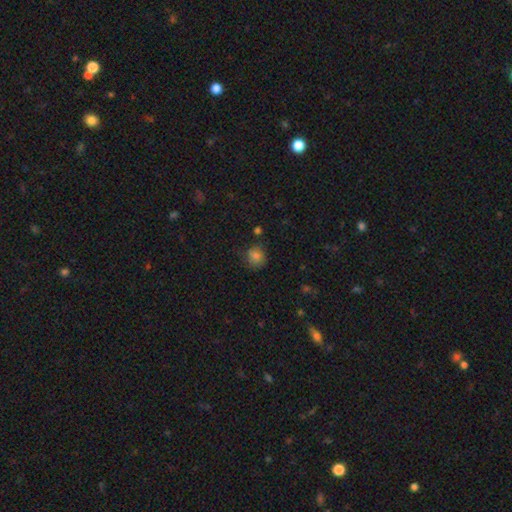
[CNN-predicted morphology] Overall: smooth (80%). How rounded: round (77%). Merging: none (68%).